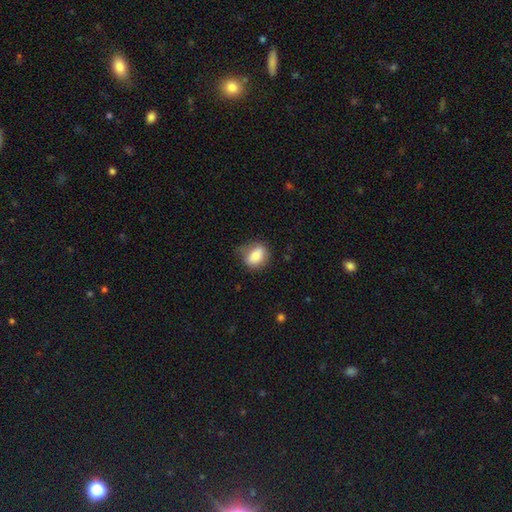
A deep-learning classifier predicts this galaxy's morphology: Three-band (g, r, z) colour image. It shows a smooth galaxy with no disk features (80%) that is in between round and cigar-shaped (63%). Merging: none (61%).